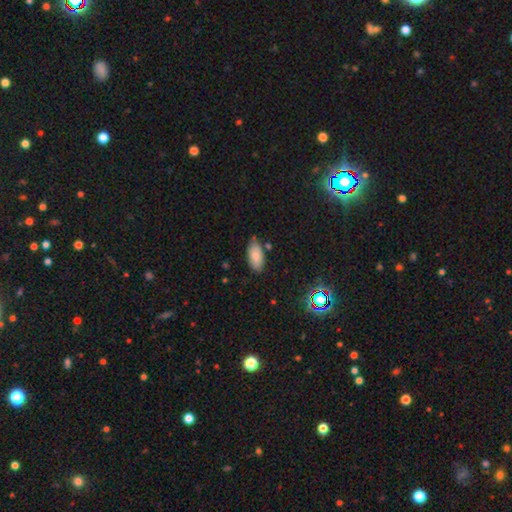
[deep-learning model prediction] Q: Smooth or featured?
A: smooth (83%); runner-up: star or artifact (8%)
Q: How rounded?
A: in between (91%); runner-up: cigar-shaped (6%)
Q: Merging?
A: none (73%); runner-up: minor disturbance (20%)